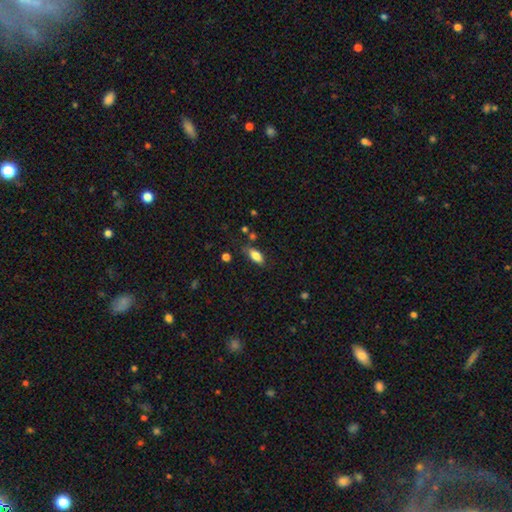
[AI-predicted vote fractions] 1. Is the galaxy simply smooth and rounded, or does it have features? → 77% smooth, 15% featured or disk, 8% star or artifact.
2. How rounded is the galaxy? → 81% in between, 15% cigar-shaped, 3% round.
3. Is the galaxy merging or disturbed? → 71% none, 20% minor disturbance, 5% major disturbance, 4% merger.